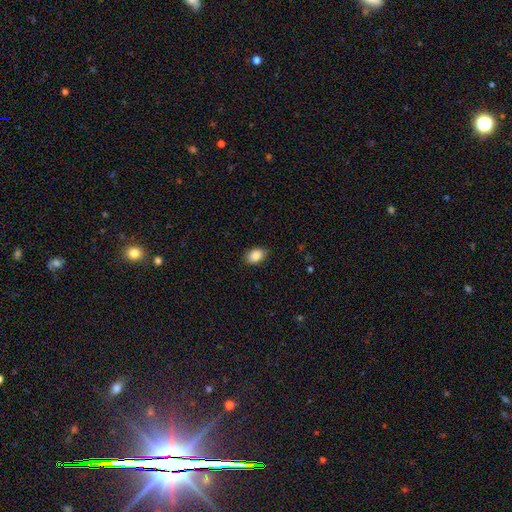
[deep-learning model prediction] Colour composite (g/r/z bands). It shows a smooth galaxy with no disk features (88%) that is in between round and cigar-shaped (84%). Merging: none (85%).